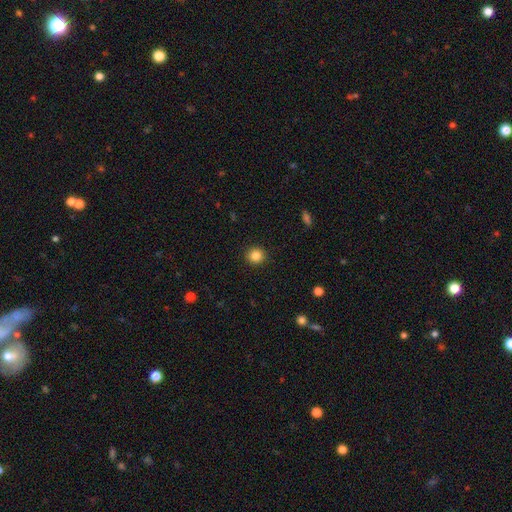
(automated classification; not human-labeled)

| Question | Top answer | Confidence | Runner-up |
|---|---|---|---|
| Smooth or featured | smooth | 85% | star or artifact (11%) |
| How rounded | round | 93% | in between (6%) |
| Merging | none | 92% | minor disturbance (5%) |